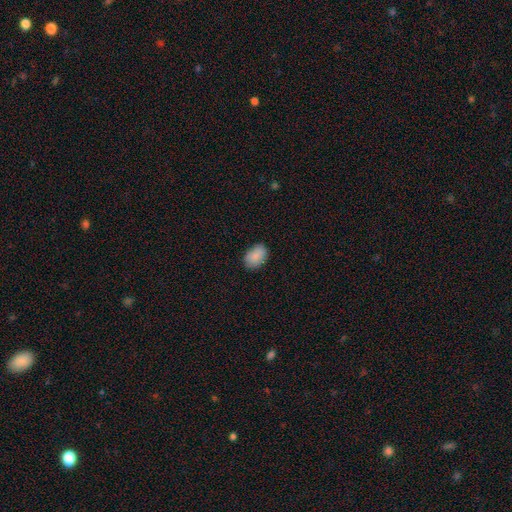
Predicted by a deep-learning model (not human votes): This appears to be a smooth galaxy with no disk features (88%) that is in between round and cigar-shaped (86%). Merging: none (84%).